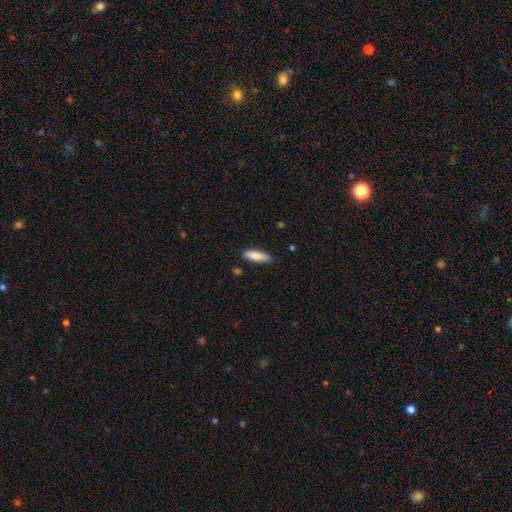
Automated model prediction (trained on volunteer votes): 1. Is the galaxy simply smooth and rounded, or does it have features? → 86% smooth, 8% featured or disk, 6% star or artifact.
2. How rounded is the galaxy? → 52% in between, 47% cigar-shaped, 2% round.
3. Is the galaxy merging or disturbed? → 83% none, 14% minor disturbance, 2% major disturbance, 2% merger.